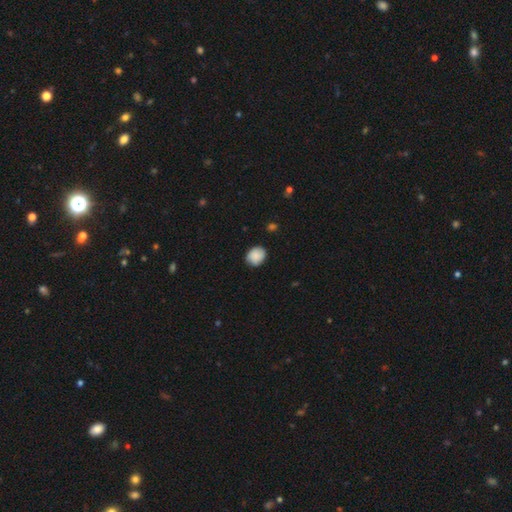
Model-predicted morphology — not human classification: This appears to be a smooth galaxy with no disk features (86%) that is round (67%). Merging: none (80%).